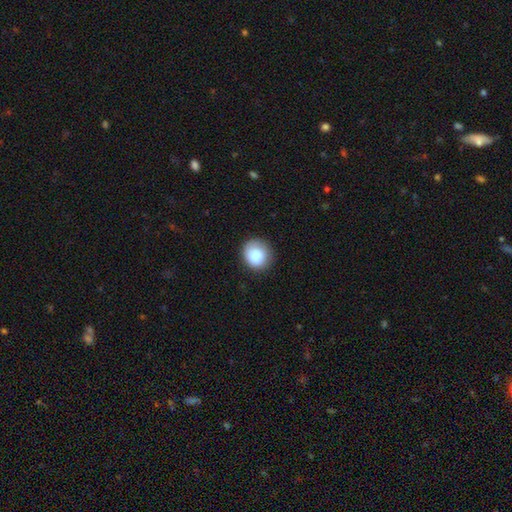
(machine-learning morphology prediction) A smooth galaxy with no disk features (84%) that is round (85%). Merging: none (80%).